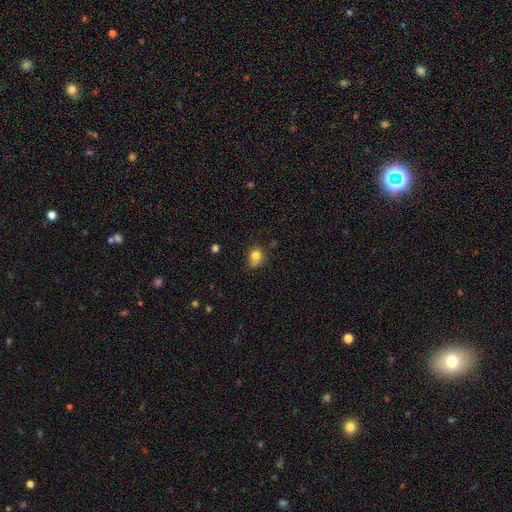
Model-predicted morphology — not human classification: A smooth galaxy with no disk features (79%) that is round (69%). Merging: none (53%).